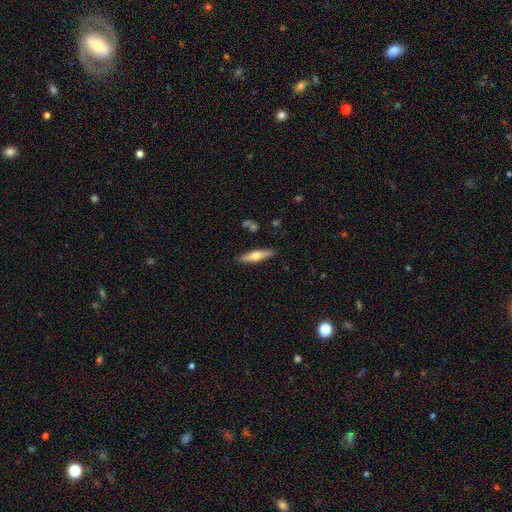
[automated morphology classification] smooth 49%, featured or disk 45%, star or artifact 6%. Down the decision tree: merging — none (87%).